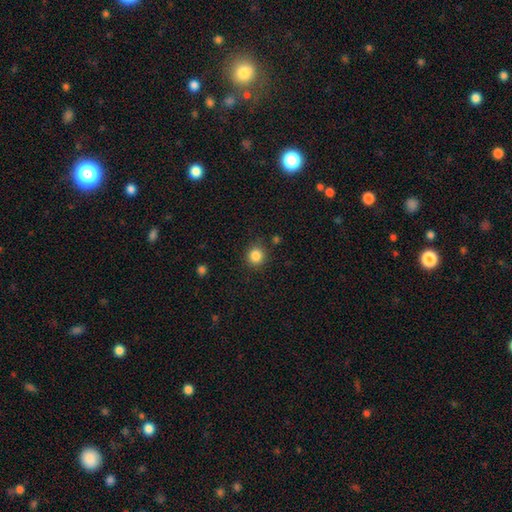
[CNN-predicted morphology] smooth-or-featured: smooth: 85% | star or artifact: 11% | featured or disk: 4%
  how-rounded: round: 90% | in between: 9% | cigar-shaped: 1%
  merging: none: 86% | minor disturbance: 9% | major disturbance: 3% | merger: 2%